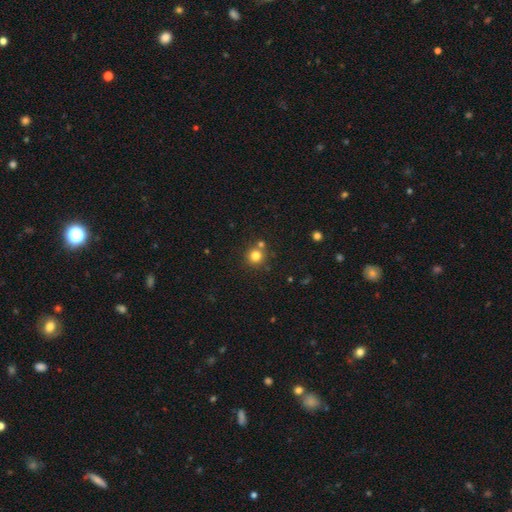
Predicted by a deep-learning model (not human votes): This is likely a smooth galaxy (79%). How rounded: clearly round (93%). Merging: likely none (73%).